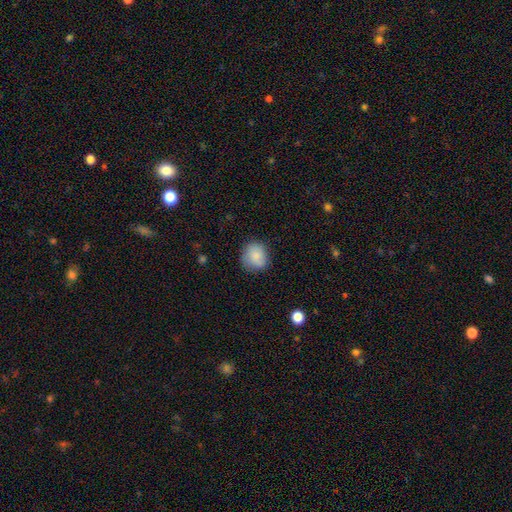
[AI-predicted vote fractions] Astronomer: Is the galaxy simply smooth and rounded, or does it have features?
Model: smooth — 85%.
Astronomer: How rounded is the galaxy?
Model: round — 77%.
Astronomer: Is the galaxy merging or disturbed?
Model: none — 78%.